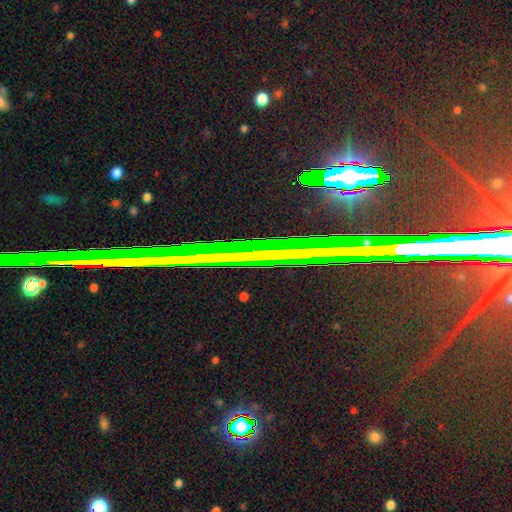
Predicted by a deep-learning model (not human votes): star or artifact 78%, featured or disk 13%, smooth 9%.